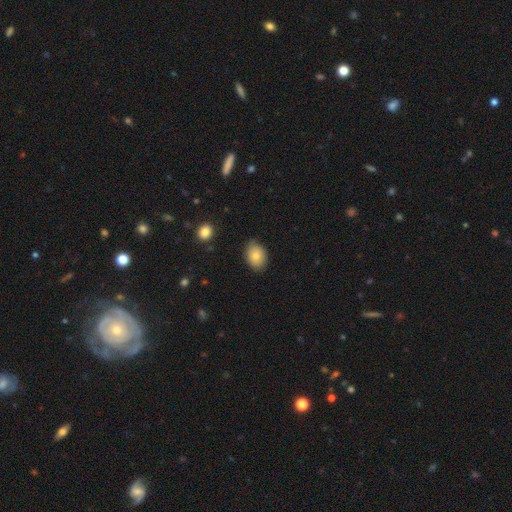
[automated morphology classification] The model was most divided on "how rounded": in between: 69%, round: 30%, cigar-shaped: 1%. More confident: smooth or featured — smooth (78%); merging — none (75%).